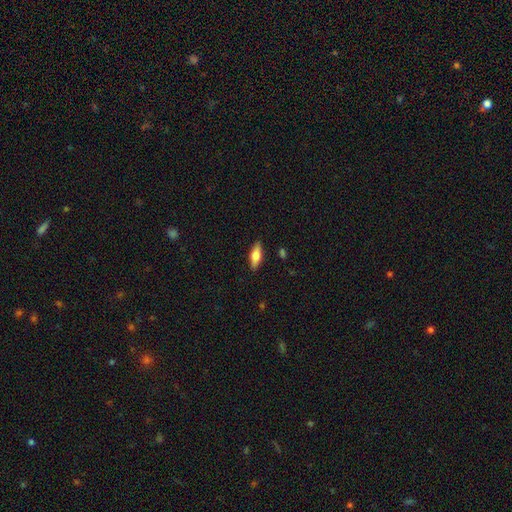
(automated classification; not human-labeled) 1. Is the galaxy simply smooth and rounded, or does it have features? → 62% smooth, 31% featured or disk, 7% star or artifact.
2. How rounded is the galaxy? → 63% in between, 34% cigar-shaped, 3% round.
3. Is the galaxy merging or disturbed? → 88% none, 9% minor disturbance, 2% major disturbance, 1% merger.